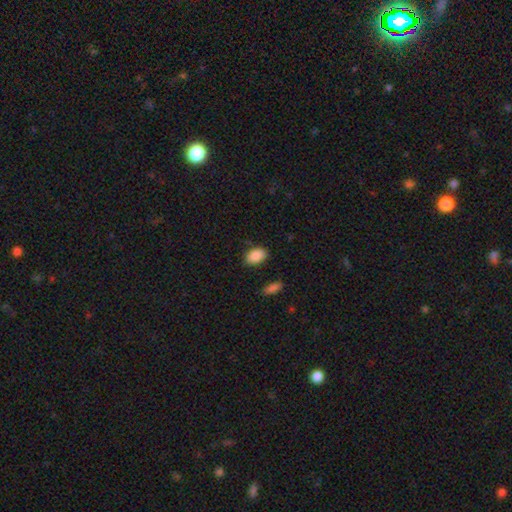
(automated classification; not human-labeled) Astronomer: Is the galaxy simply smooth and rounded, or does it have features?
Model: smooth — 89%.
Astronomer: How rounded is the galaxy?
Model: in between — 90%.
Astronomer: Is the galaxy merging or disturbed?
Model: none — 82%.